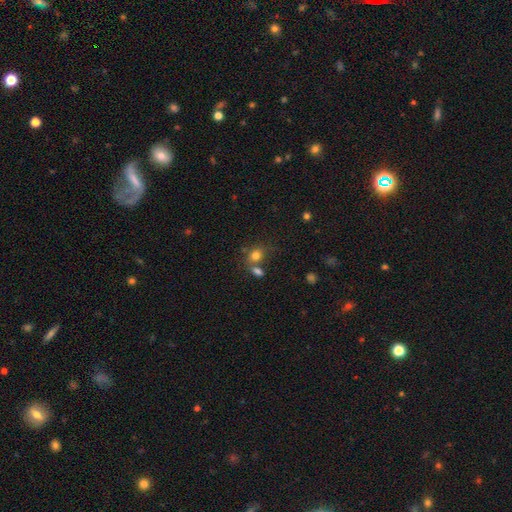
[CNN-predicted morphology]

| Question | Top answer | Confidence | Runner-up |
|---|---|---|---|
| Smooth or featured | smooth | 78% | star or artifact (13%) |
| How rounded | round | 53% | in between (46%) |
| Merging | none | 51% | merger (32%) |